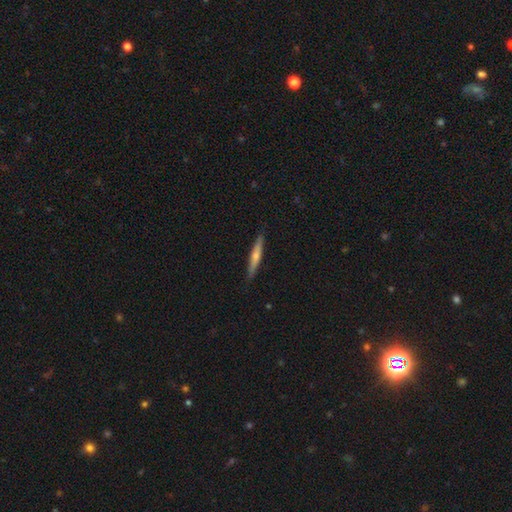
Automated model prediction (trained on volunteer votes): Q: Smooth or featured?
A: featured or disk (58%); runner-up: smooth (36%)
Q: Edge-on disk?
A: yes (96%); runner-up: no (4%)
Q: Edge-on bulge?
A: rounded (74%); runner-up: none (21%)
Q: Merging?
A: none (90%); runner-up: minor disturbance (7%)